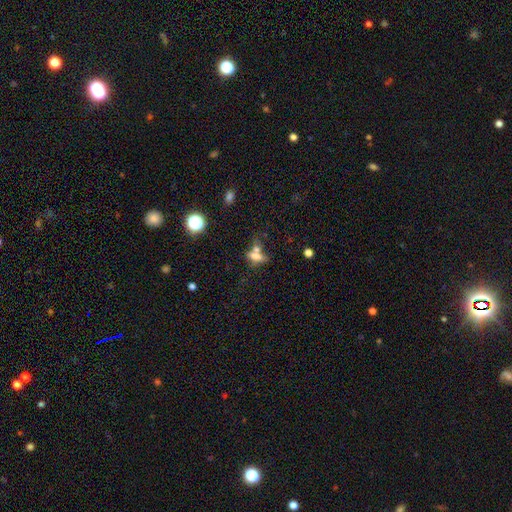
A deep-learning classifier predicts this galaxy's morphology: A smooth galaxy with no disk features (59%) that is in between round and cigar-shaped (64%). Merging: merger (43%).